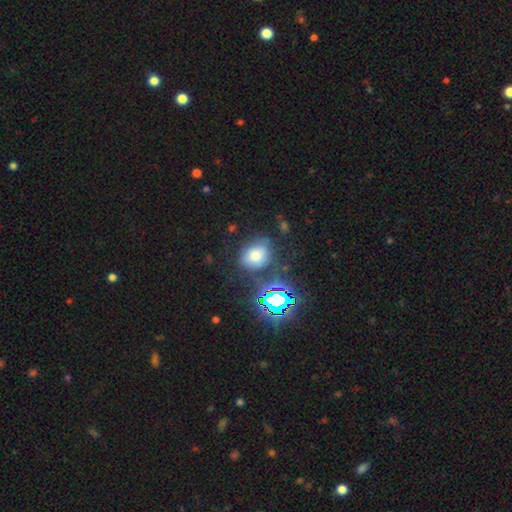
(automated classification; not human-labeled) Smooth or featured? Predicted: smooth (p=0.63). How rounded? Predicted: in between (p=0.50). Merging? Predicted: none (p=0.69).